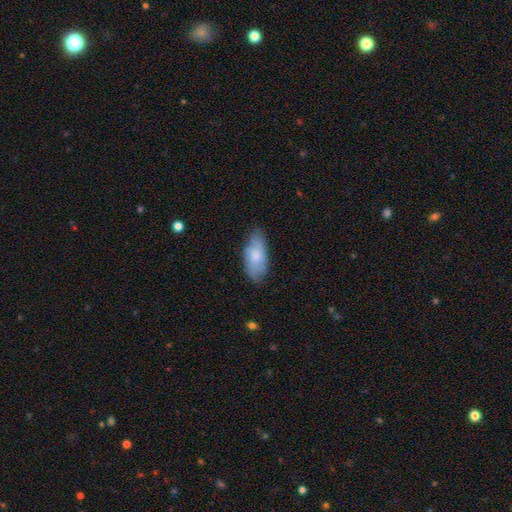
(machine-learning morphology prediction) Q: Smooth or featured?
A: smooth (65%); runner-up: featured or disk (29%)
Q: How rounded?
A: in between (90%); runner-up: cigar-shaped (7%)
Q: Merging?
A: none (70%); runner-up: minor disturbance (24%)